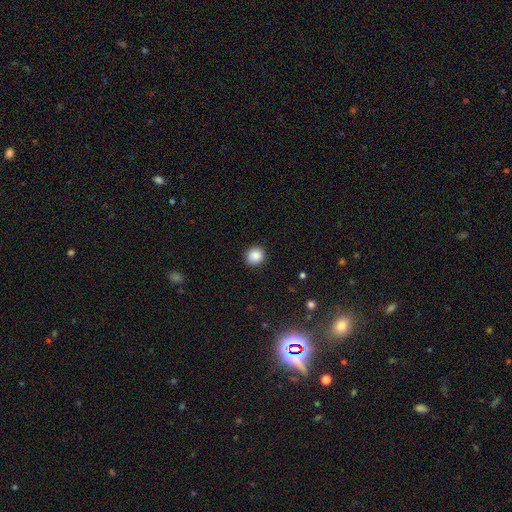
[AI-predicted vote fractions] Smooth or featured? smooth (88%)
How rounded? round (88%)
Merging? none (91%)